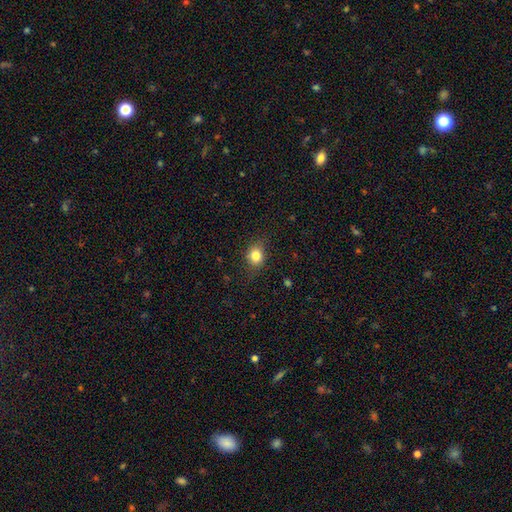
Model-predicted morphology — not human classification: Smooth or featured? Predicted: smooth (p=0.81). How rounded? Predicted: round (p=0.57). Merging? Predicted: none (p=0.77).